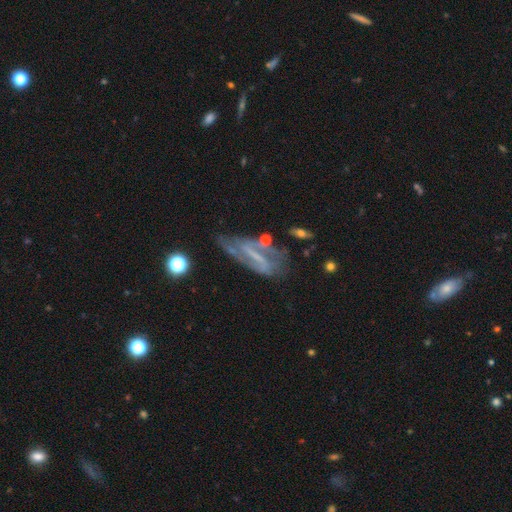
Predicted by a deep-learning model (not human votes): The model was most divided on "bulge size": none: 51%, small: 34%, moderate: 12%, large: 2%, dominant: 1%. Remaining: edge-on disk — no (86%); spiral arms — yes (73%); smooth or featured — featured or disk (73%); bar — strong (52%); merging — none (45%).